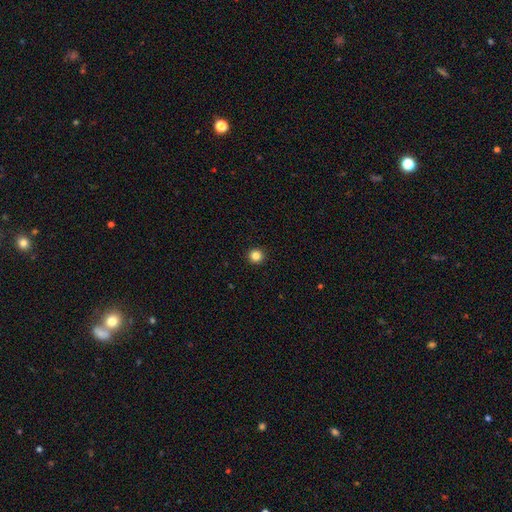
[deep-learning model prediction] The model was most divided on "smooth or featured": smooth: 84%, star or artifact: 12%, featured or disk: 4%. More confident: how rounded — round (95%); merging — none (94%).